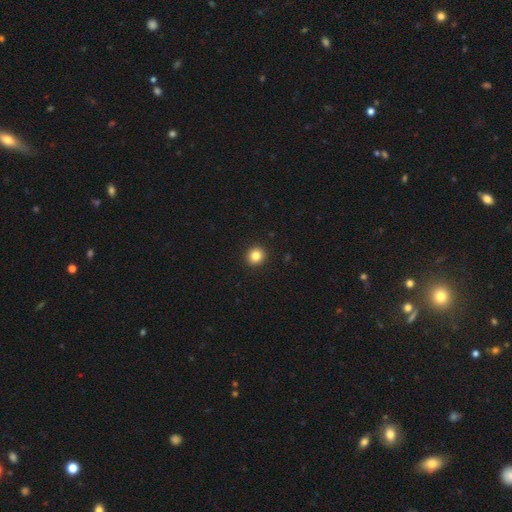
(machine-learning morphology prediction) smooth 85%, star or artifact 11%, featured or disk 5%. Down the decision tree: how rounded — round (92%); merging — none (93%).